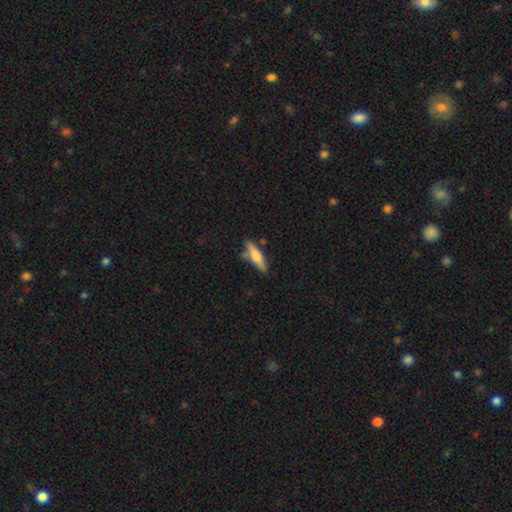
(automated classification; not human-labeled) This is possibly a smooth galaxy (58%). How rounded: likely cigar-shaped (72%). Merging: likely none (74%).